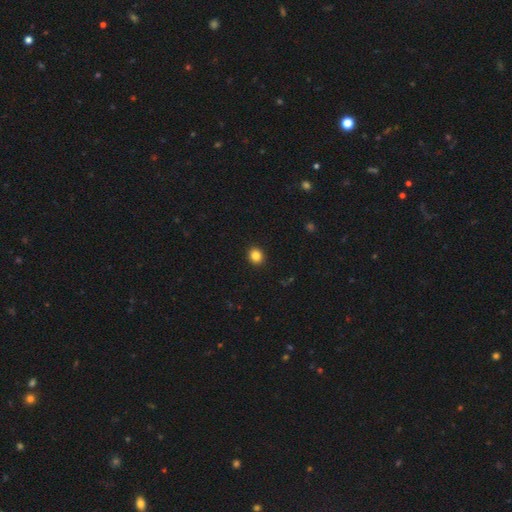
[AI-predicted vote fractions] smooth 85%, star or artifact 11%, featured or disk 4%. Down the decision tree: how rounded — round (79%); merging — none (93%).